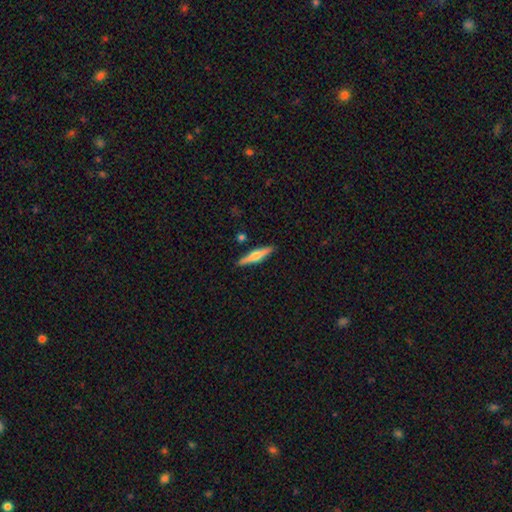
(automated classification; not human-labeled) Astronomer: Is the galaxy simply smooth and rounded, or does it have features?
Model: featured or disk — 50% (runner-up: smooth, 44%).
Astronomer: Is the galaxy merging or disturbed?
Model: none — 89%.